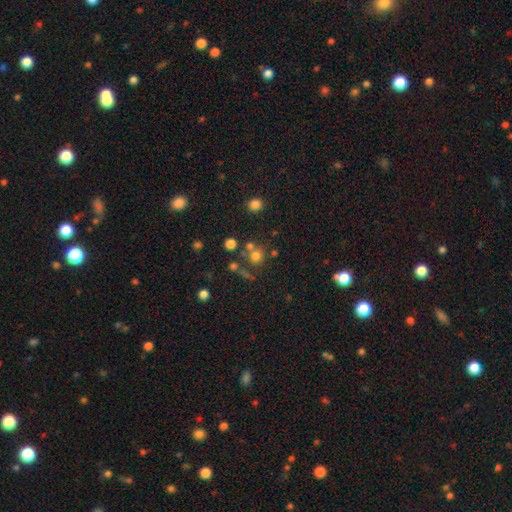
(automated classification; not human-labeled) This is likely a smooth galaxy (69%). How rounded: clearly round (88%). Merging: likely none (61%).